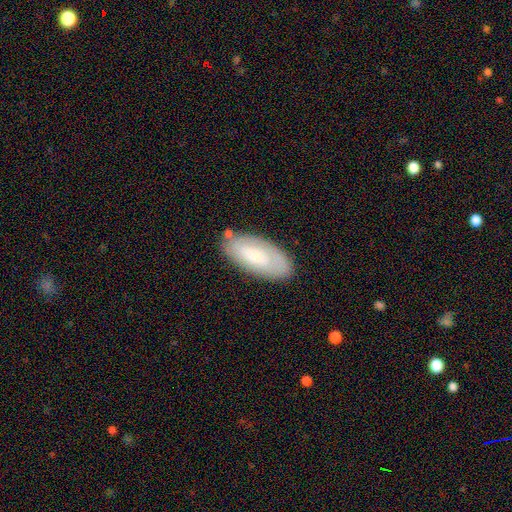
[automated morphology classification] Smooth or featured? Predicted: smooth (p=0.56). How rounded? Predicted: in between (p=0.88). Merging? Predicted: none (p=0.78).